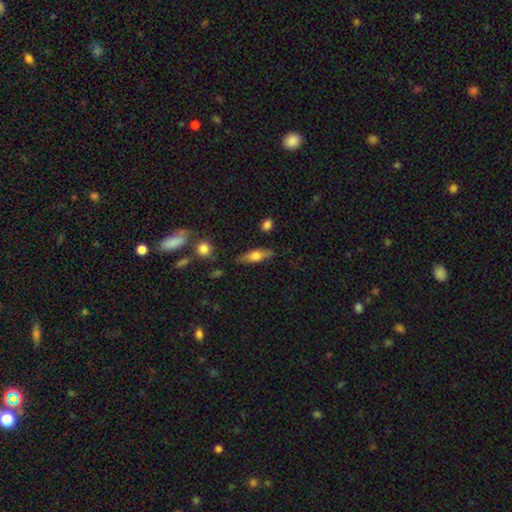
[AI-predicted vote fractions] A smooth galaxy with no disk features (55%) that is in between round and cigar-shaped (52%). Merging: none (79%).